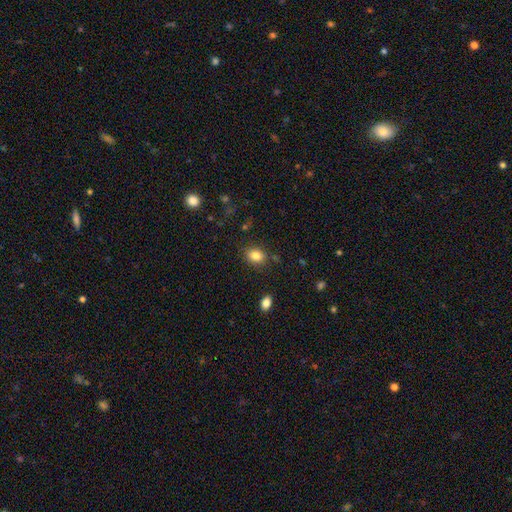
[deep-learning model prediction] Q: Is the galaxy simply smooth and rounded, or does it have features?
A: smooth — 83%.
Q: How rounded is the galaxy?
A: in between — 64%.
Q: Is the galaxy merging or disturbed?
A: none — 83%.